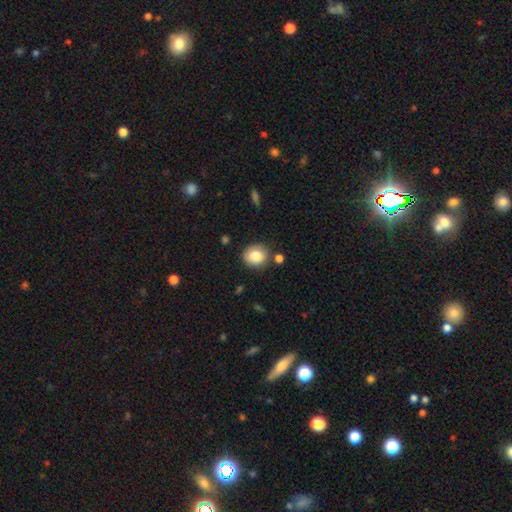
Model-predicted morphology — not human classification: A smooth galaxy with no disk features (84%) that is round (72%).

Vote fractions:
- Smooth or featured? smooth: 84% / star or artifact: 8% / featured or disk: 8%
- How rounded? round: 72% / in between: 27% / cigar-shaped: 1%
- Merging? none: 78% / minor disturbance: 13% / merger: 6% / major disturbance: 3%